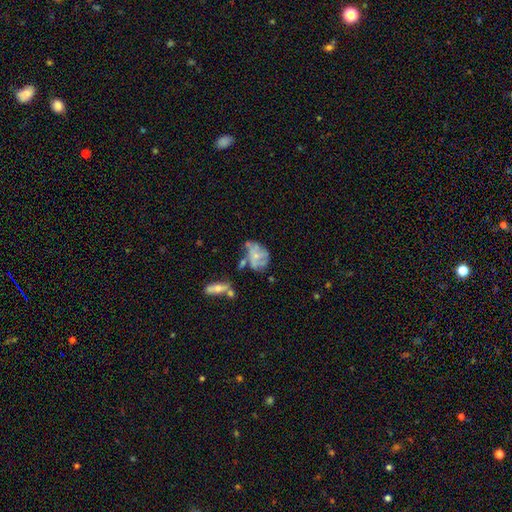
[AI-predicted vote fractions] A featured or disk galaxy (61%) with no bar (81%), spiral arms (56%) and a small central bulge (64%). Merging: none (36%).